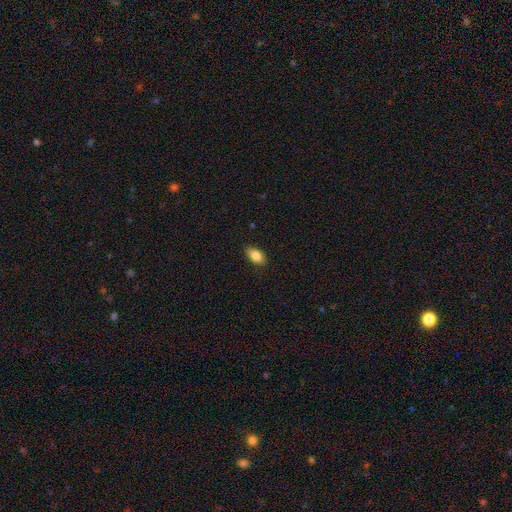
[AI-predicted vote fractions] Smooth or featured? smooth (84%)
How rounded? in between (91%)
Merging? none (88%)